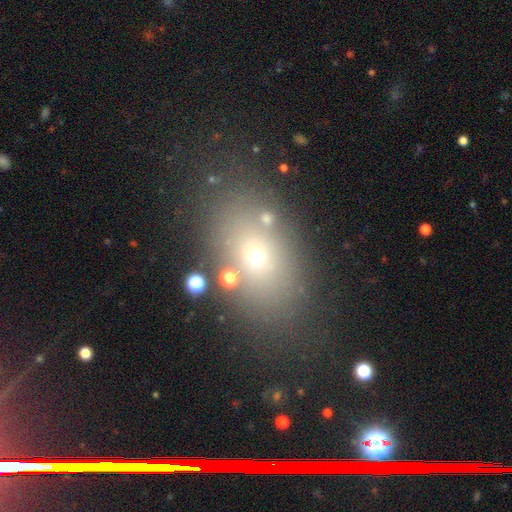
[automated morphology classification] A smooth galaxy with no disk features (61%) that is in between round and cigar-shaped (75%). Merging: none (79%).